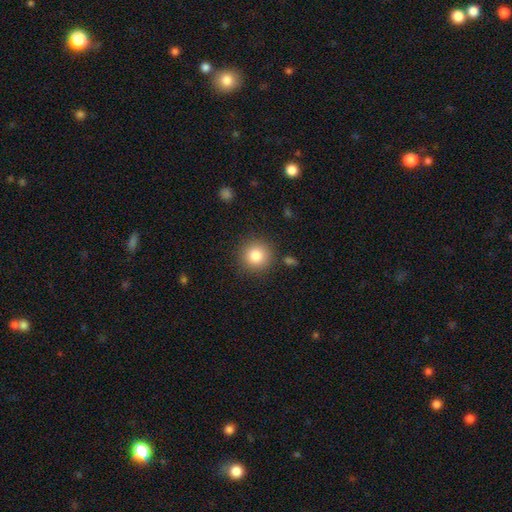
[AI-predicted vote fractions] Smooth or featured? smooth (84%)
How rounded? round (93%)
Merging? none (87%)